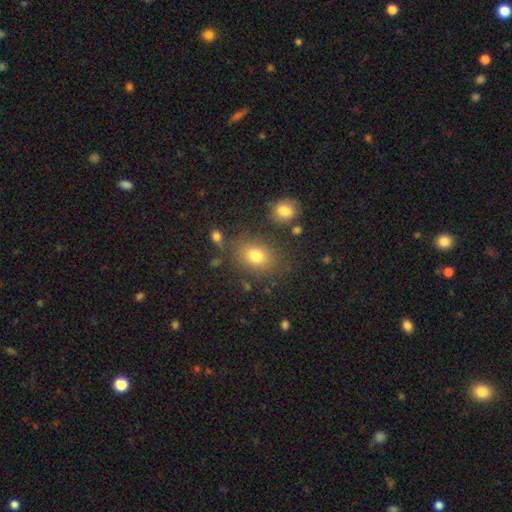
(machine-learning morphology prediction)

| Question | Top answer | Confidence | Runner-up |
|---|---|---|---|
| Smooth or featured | smooth | 78% | star or artifact (13%) |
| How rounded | in between | 55% | round (44%) |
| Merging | none | 77% | minor disturbance (12%) |